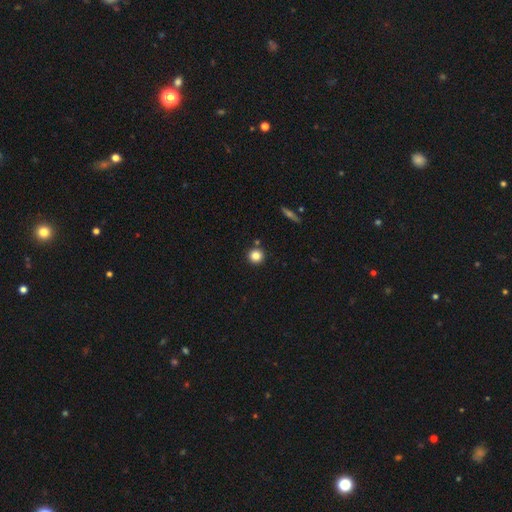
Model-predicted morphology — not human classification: Smooth or featured? smooth (83%)
How rounded? round (94%)
Merging? none (87%)